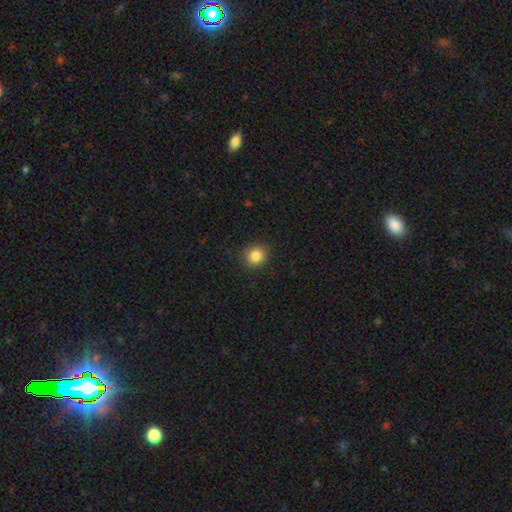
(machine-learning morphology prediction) type=smooth (85%); roundness=round (85%); merging=none (89%).